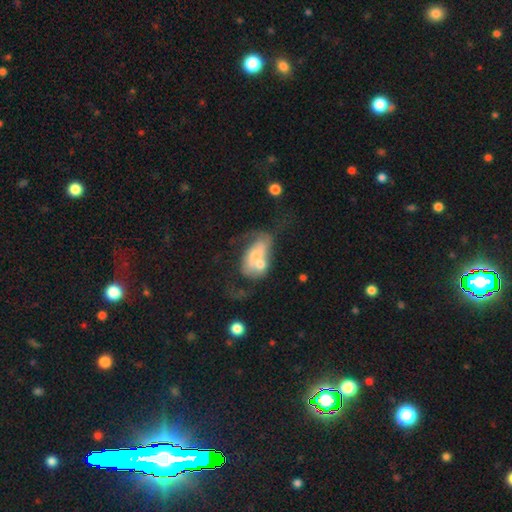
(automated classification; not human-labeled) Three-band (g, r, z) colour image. It shows a featured or disk galaxy (55%) with no bar (71%), spiral arms (59%) and a small central bulge (42%). Merging: merger (44%).